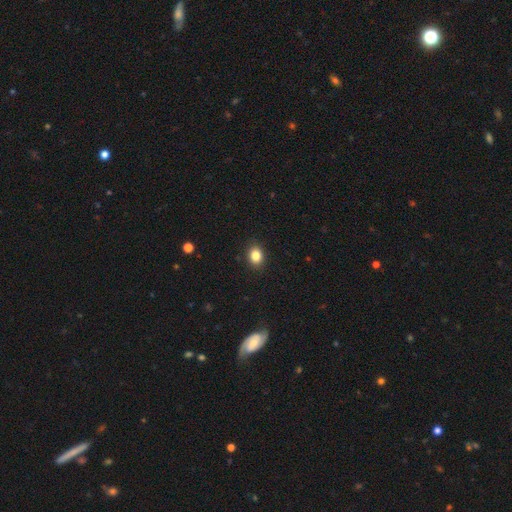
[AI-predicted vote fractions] smooth_or_featured: smooth (p=0.85) [alt: star or artifact p=0.10]
how_rounded: in between (p=0.56) [alt: round p=0.43]
merging: none (p=0.89) [alt: minor disturbance p=0.08]